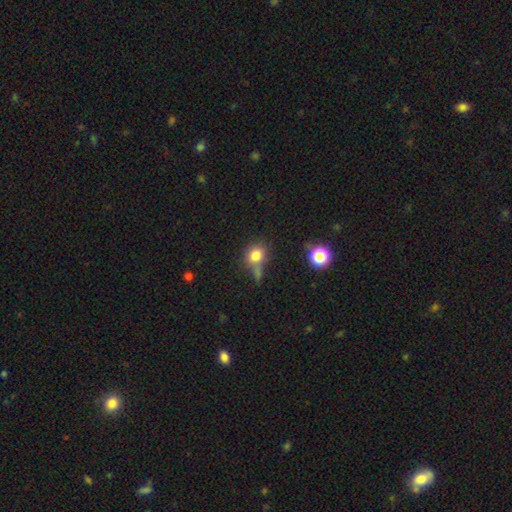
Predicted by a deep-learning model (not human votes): Smooth or featured?
  - smooth: 78% *
  - star or artifact: 12%
  - featured or disk: 10%
How rounded?
  - round: 70% *
  - in between: 28%
  - cigar-shaped: 2%
Merging?
  - none: 49% *
  - minor disturbance: 20%
  - merger: 19%
  - major disturbance: 12%